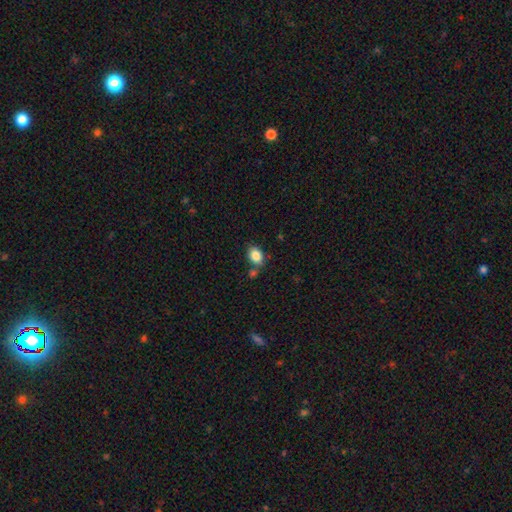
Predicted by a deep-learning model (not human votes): Morphology: type=smooth (86%); roundness=in between (74%); merging=none (72%).